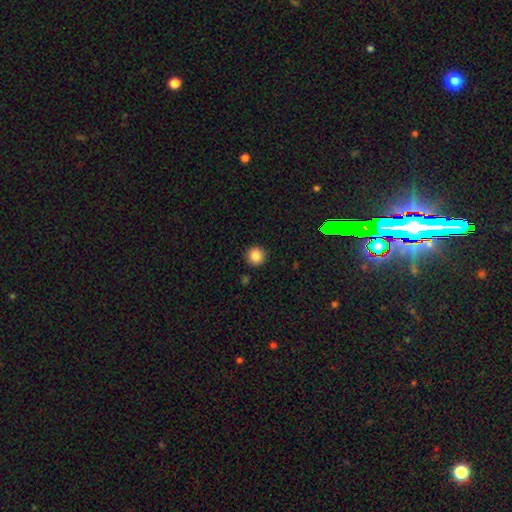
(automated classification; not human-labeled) A smooth galaxy with no disk features (85%) that is round (95%).

Vote fractions:
- Smooth or featured? smooth: 85% / star or artifact: 11% / featured or disk: 5%
- How rounded? round: 95% / in between: 4% / cigar-shaped: 1%
- Merging? none: 91% / minor disturbance: 6% / major disturbance: 2% / merger: 1%